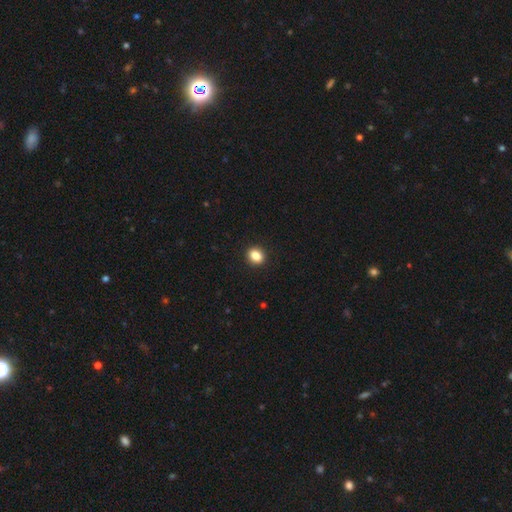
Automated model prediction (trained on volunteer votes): smooth_or_featured: smooth (p=0.85) [alt: star or artifact p=0.10]
how_rounded: round (p=0.54) [alt: in between p=0.45]
merging: none (p=0.92) [alt: minor disturbance p=0.06]